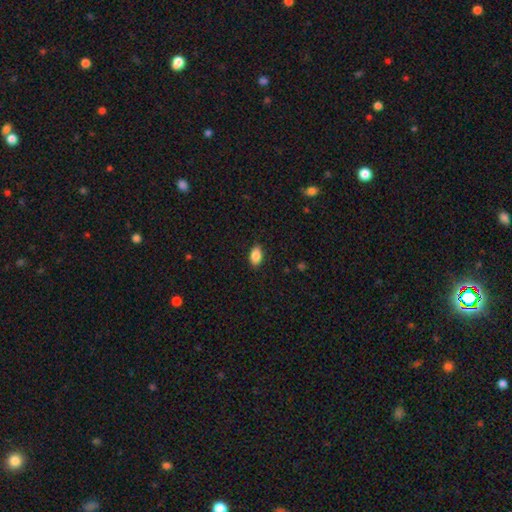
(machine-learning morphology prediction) smooth 87%, star or artifact 8%, featured or disk 5%. Down the decision tree: how rounded — in between (91%); merging — none (86%).